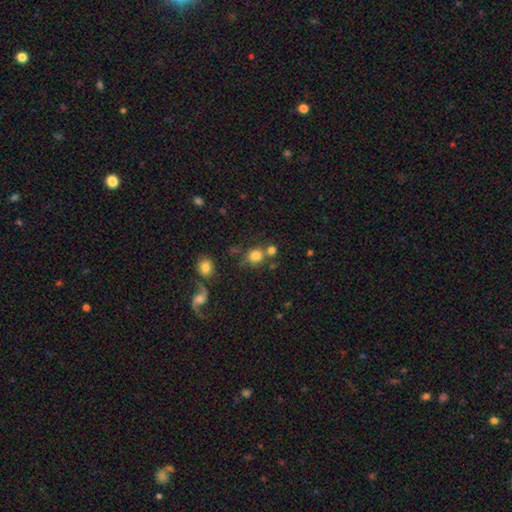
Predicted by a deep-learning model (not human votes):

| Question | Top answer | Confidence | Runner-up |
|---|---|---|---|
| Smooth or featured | smooth | 79% | star or artifact (12%) |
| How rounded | round | 86% | in between (13%) |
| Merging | none | 64% | merger (20%) |